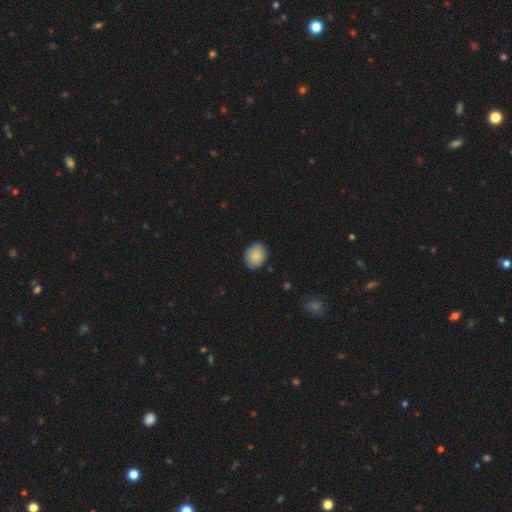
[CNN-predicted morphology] This is clearly a smooth galaxy (88%). How rounded: possibly in between (51%). Merging: clearly none (83%).